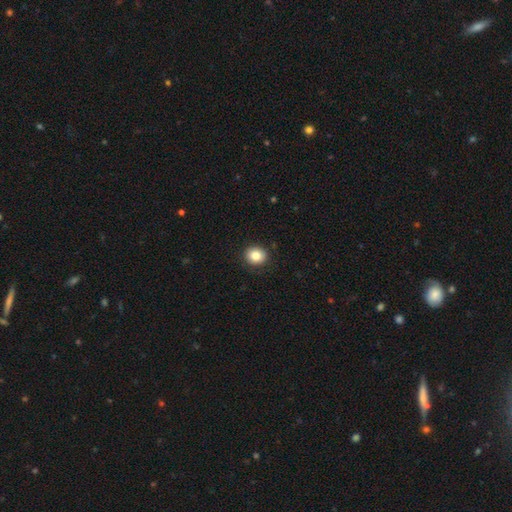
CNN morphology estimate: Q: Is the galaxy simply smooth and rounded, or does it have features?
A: smooth — 84%.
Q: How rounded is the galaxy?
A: round — 78%.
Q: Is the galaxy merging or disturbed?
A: none — 90%.